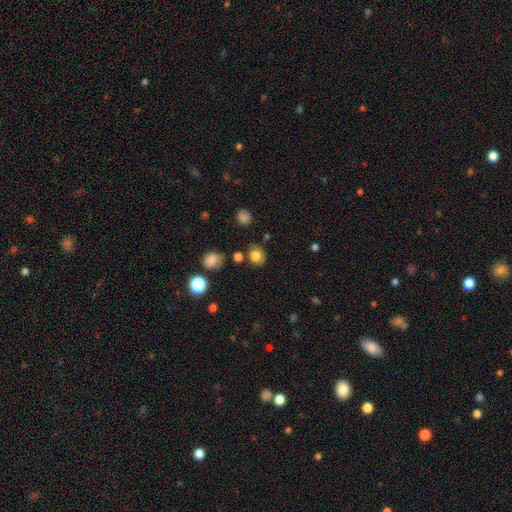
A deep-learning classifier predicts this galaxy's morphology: This is clearly a smooth galaxy (80%). How rounded: likely round (65%). Merging: likely none (77%).